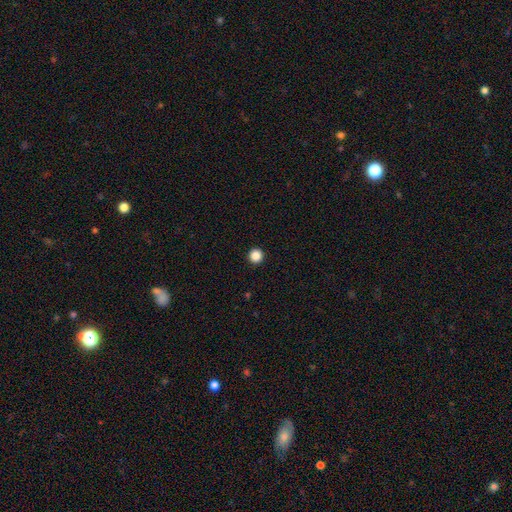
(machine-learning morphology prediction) Q: Smooth or featured?
A: smooth (87%); runner-up: star or artifact (11%)
Q: How rounded?
A: round (97%); runner-up: in between (3%)
Q: Merging?
A: none (94%); runner-up: minor disturbance (3%)